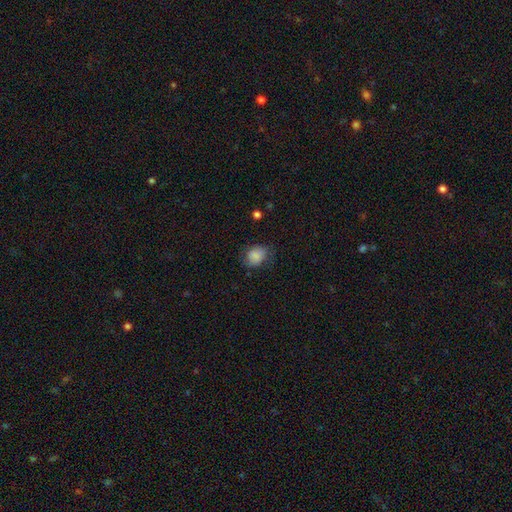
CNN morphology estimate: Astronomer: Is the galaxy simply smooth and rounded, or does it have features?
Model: smooth — 81%.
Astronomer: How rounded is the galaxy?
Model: in between — 51% (runner-up: round, 48%).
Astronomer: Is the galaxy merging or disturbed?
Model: none — 63%.